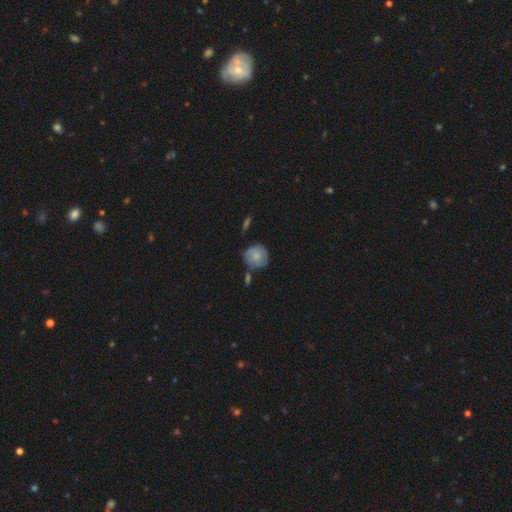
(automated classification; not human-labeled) Overall: smooth (62%; featured or disk 32%). How rounded: round (84%). Merging: none (62%; minor disturbance 23%).